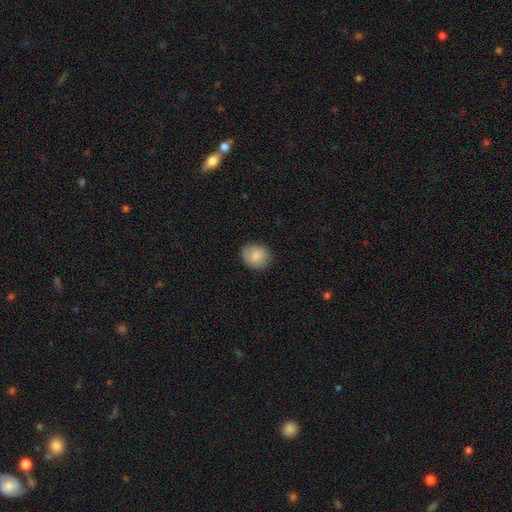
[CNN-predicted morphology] Overall: smooth (85%). How rounded: round (66%; in between 33%). Merging: none (83%).